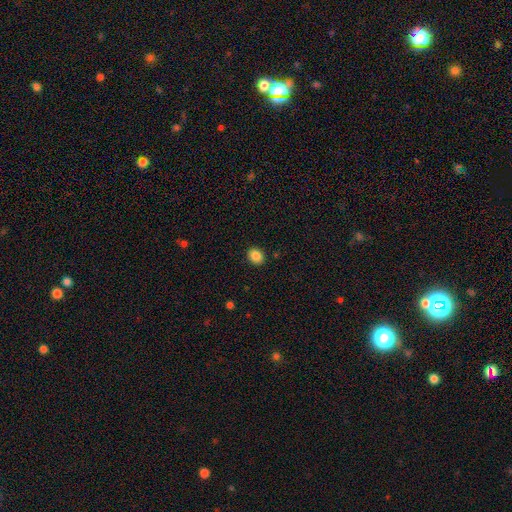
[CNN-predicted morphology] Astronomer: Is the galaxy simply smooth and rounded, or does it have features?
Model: smooth — 86%.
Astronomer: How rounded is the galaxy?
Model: round — 60% (runner-up: in between, 39%).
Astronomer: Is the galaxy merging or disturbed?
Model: none — 91%.